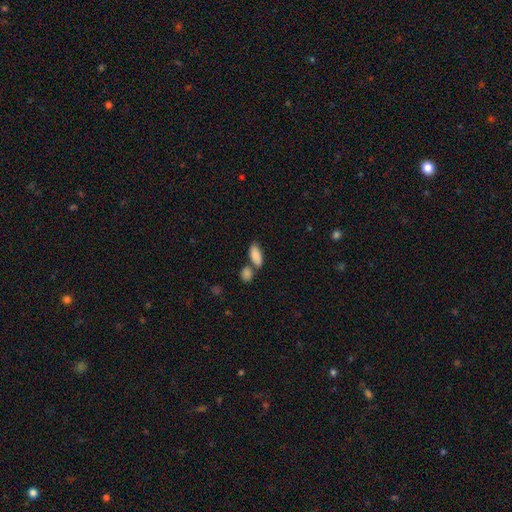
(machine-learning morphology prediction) Q: Smooth or featured?
A: smooth (87%); runner-up: star or artifact (7%)
Q: How rounded?
A: in between (87%); runner-up: cigar-shaped (9%)
Q: Merging?
A: none (53%); runner-up: merger (30%)